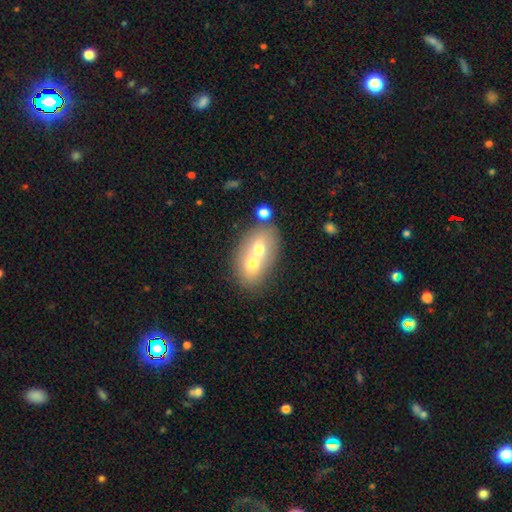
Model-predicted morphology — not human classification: This is possibly a smooth galaxy (56%). How rounded: likely in between (70%). Merging: likely merger (70%).